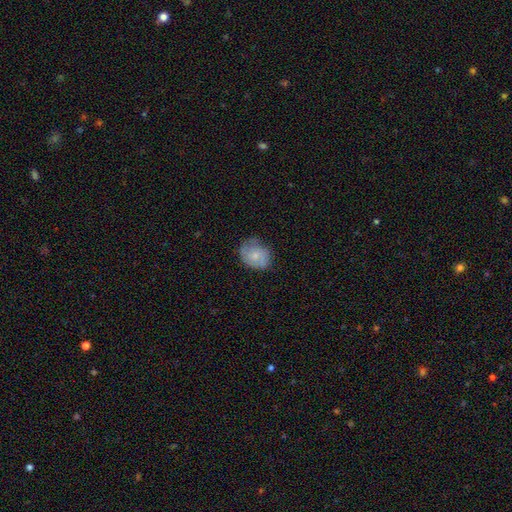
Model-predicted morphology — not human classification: A smooth galaxy with no disk features (57%) that is round (56%). Merging: none (60%).